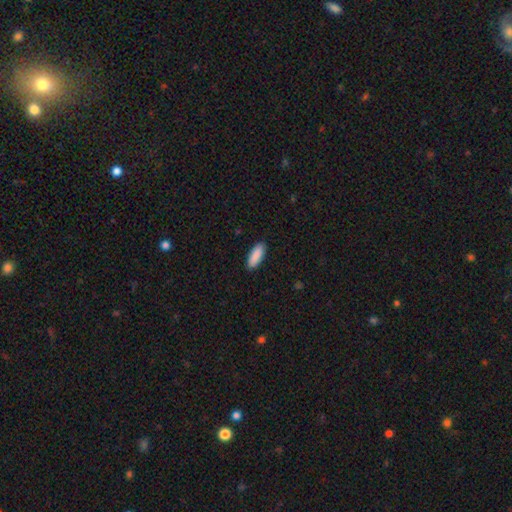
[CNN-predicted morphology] Overall: smooth (91%). How rounded: in between (71%). Merging: none (90%).